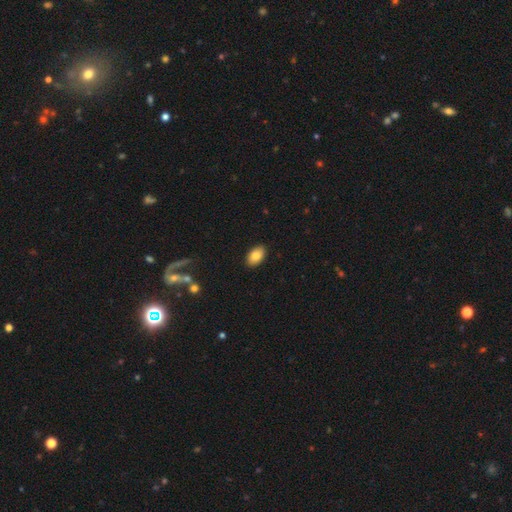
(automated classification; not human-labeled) A smooth galaxy with no disk features (83%) that is in between round and cigar-shaped (93%). Merging: none (90%).